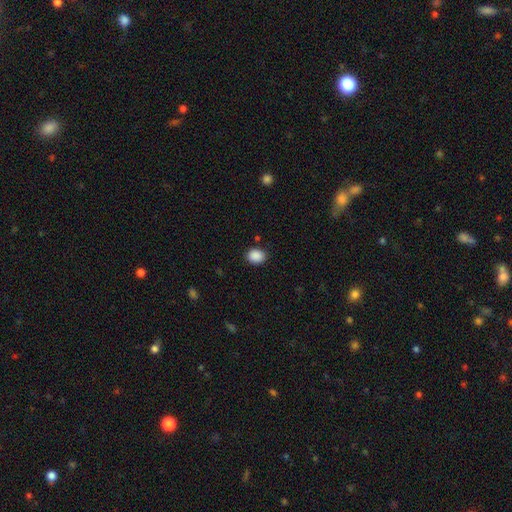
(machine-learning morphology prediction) Q: Smooth or featured?
A: smooth (89%); runner-up: star or artifact (9%)
Q: How rounded?
A: round (52%); runner-up: in between (47%)
Q: Merging?
A: none (86%); runner-up: minor disturbance (10%)